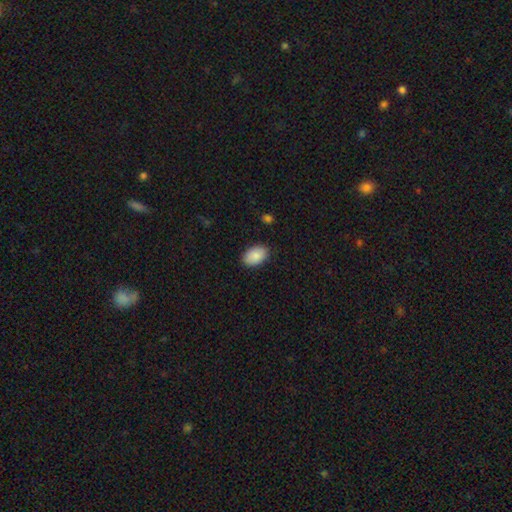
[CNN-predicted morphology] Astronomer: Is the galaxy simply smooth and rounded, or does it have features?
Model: smooth — 88%.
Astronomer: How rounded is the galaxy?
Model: in between — 91%.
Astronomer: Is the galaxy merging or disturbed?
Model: none — 87%.